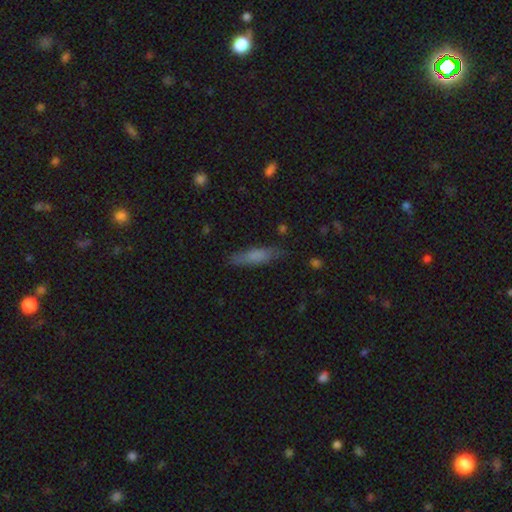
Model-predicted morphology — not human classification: The model was most divided on "how rounded": cigar-shaped: 75%, in between: 24%, round: 2%. More confident: merging — none (81%); smooth or featured — smooth (74%).